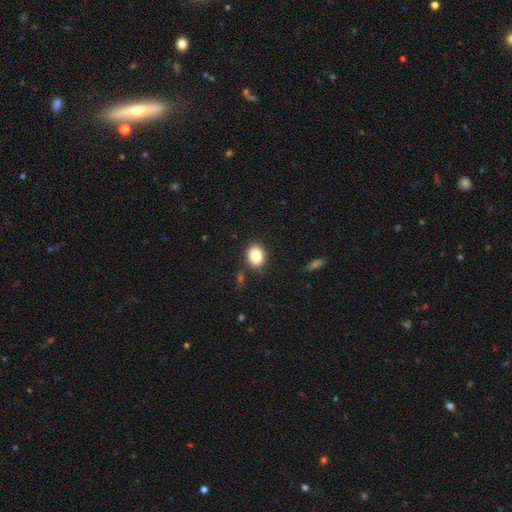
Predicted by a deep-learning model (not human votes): This appears to be a smooth galaxy with no disk features (84%) that is in between round and cigar-shaped (53%). Merging: none (85%).